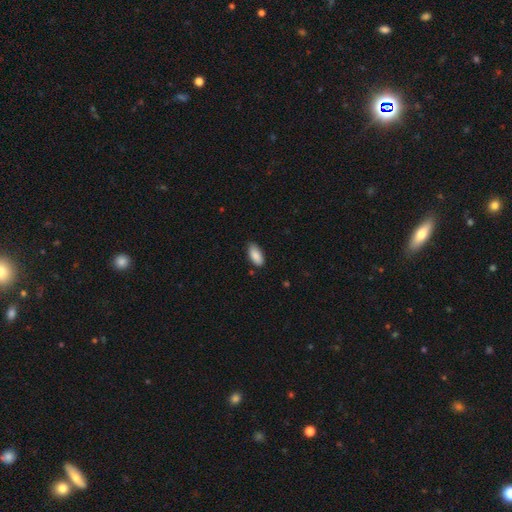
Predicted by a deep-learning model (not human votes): Q: Smooth or featured?
A: smooth (89%); runner-up: star or artifact (6%)
Q: How rounded?
A: in between (90%); runner-up: cigar-shaped (8%)
Q: Merging?
A: none (82%); runner-up: minor disturbance (14%)